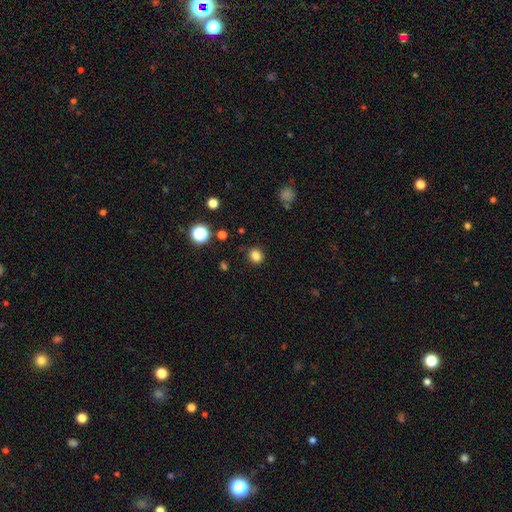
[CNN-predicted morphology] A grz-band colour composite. It shows a smooth galaxy with no disk features (83%) that is round (71%). Merging: none (85%).